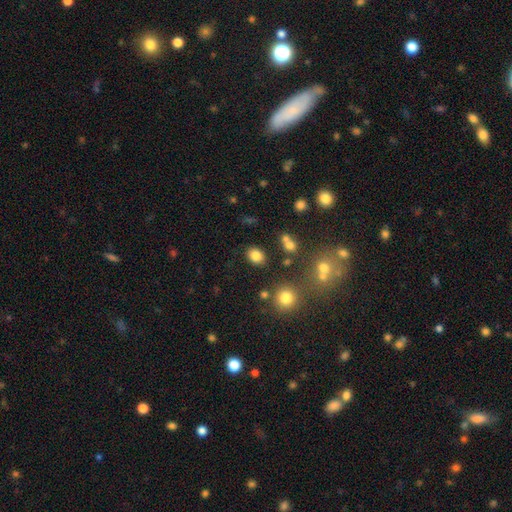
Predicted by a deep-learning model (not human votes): Smooth or featured? smooth (82%)
How rounded? in between (56%)
Merging? none (83%)